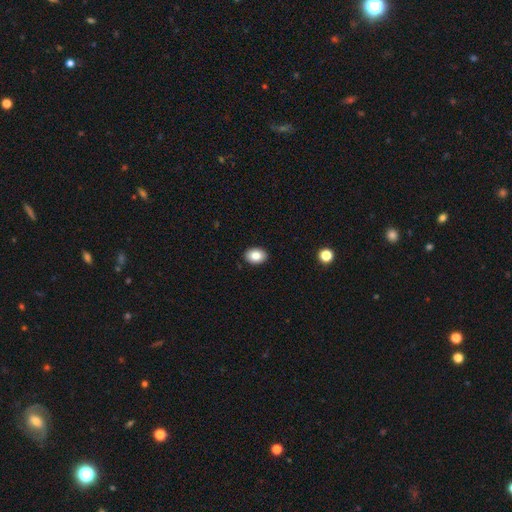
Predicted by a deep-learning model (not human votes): Smooth or featured: smooth — 86% (star or artifact — 8%)
How rounded: in between — 75% (round — 24%)
Merging: none — 91% (minor disturbance — 7%)